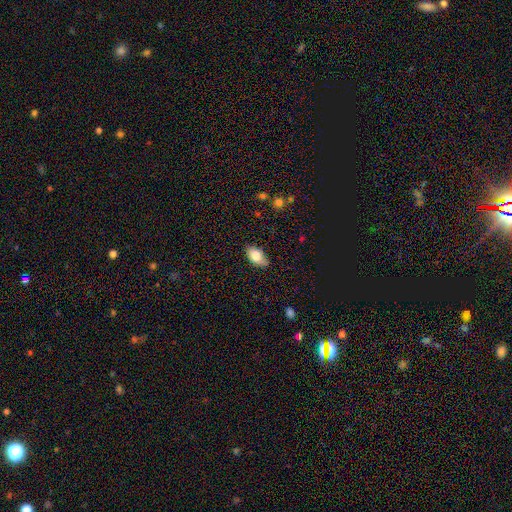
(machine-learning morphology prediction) Q: Smooth or featured?
A: smooth (80%); runner-up: featured or disk (13%)
Q: How rounded?
A: in between (93%); runner-up: round (5%)
Q: Merging?
A: none (77%); runner-up: minor disturbance (19%)